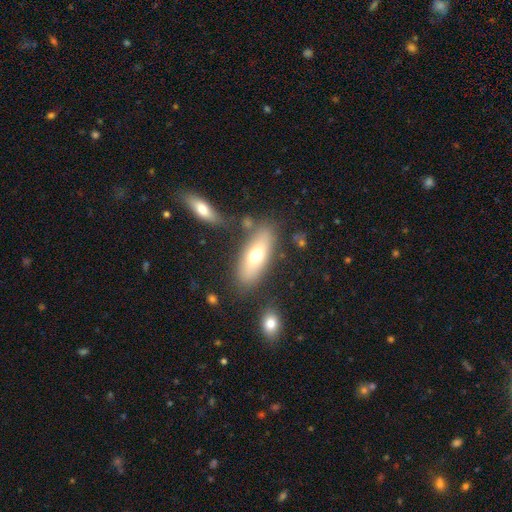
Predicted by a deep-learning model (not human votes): Overall: smooth (64%; featured or disk 28%). How rounded: in between (68%; cigar-shaped 30%). Merging: none (75%).